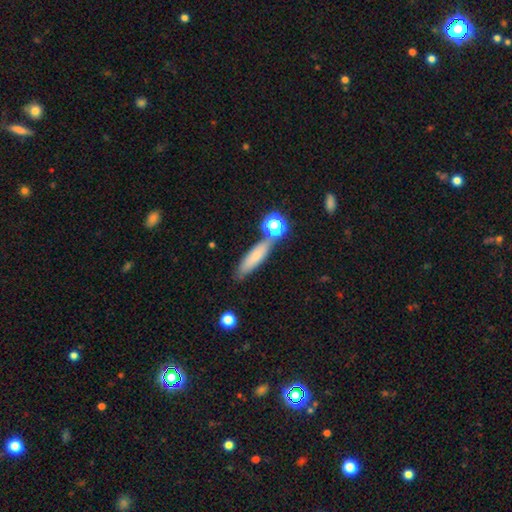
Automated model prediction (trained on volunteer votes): Morphology: type=smooth (71%); roundness=cigar-shaped (67%); merging=none (68%).